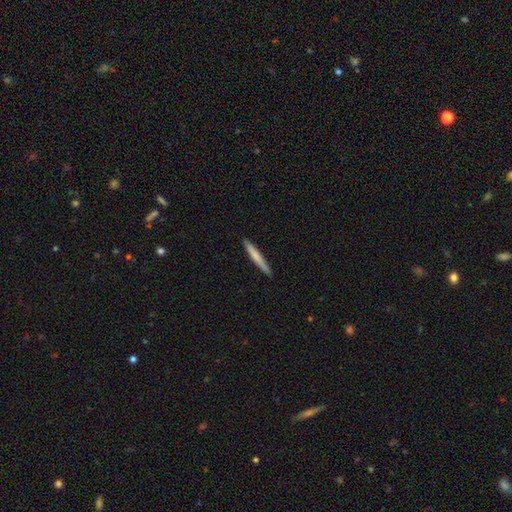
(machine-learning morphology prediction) smooth 69%, featured or disk 26%, star or artifact 5%. Down the decision tree: how rounded — cigar-shaped (96%); merging — none (90%).